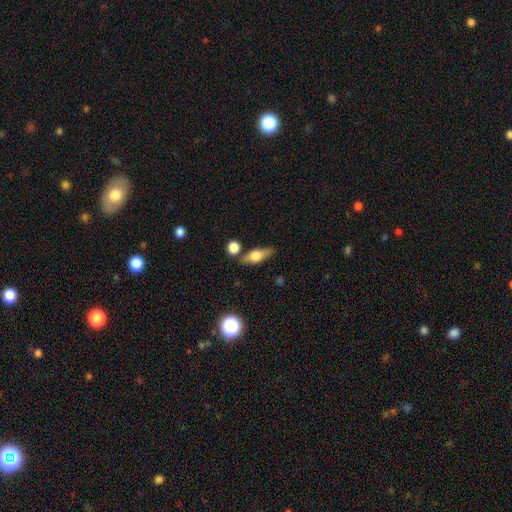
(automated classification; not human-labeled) smooth_or_featured: smooth (p=0.52) [alt: featured or disk p=0.40]
how_rounded: in between (p=0.59) [alt: cigar-shaped p=0.33]
merging: none (p=0.75) [alt: minor disturbance p=0.13]